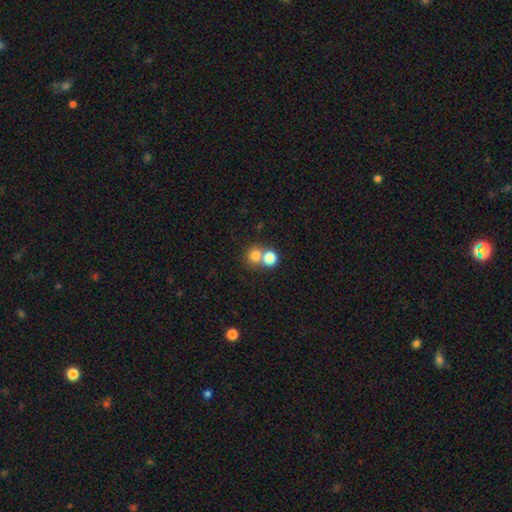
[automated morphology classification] smooth_or_featured: smooth (p=0.78) [alt: star or artifact p=0.13]
how_rounded: round (p=0.88) [alt: in between p=0.11]
merging: merger (p=0.46) [tied with: none p=0.46]